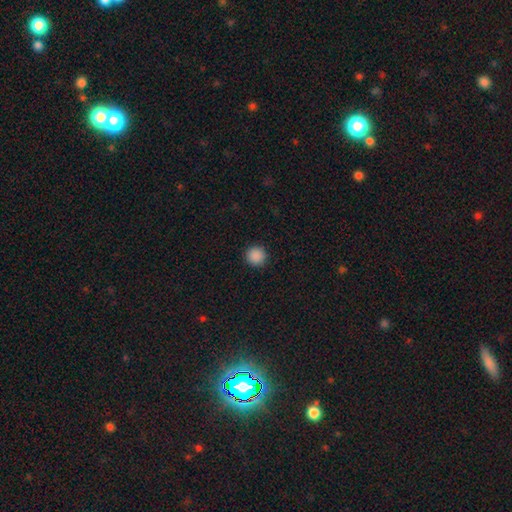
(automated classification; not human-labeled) smooth_or_featured: smooth (p=0.89) [alt: star or artifact p=0.09]
how_rounded: round (p=0.95) [alt: in between p=0.04]
merging: none (p=0.93) [alt: minor disturbance p=0.05]